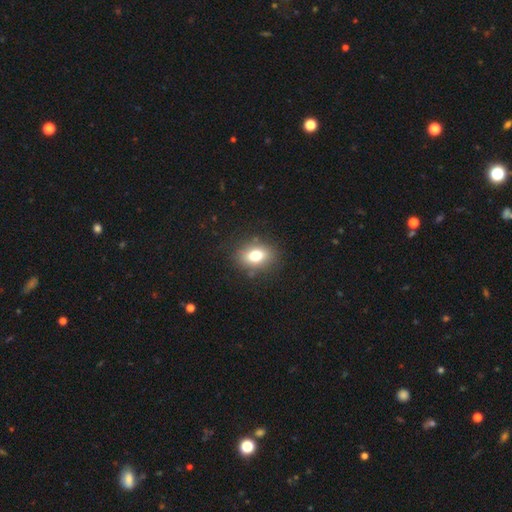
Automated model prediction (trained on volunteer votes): This appears to be a smooth galaxy with no disk features (75%) that is in between round and cigar-shaped (68%). Merging: none (83%).